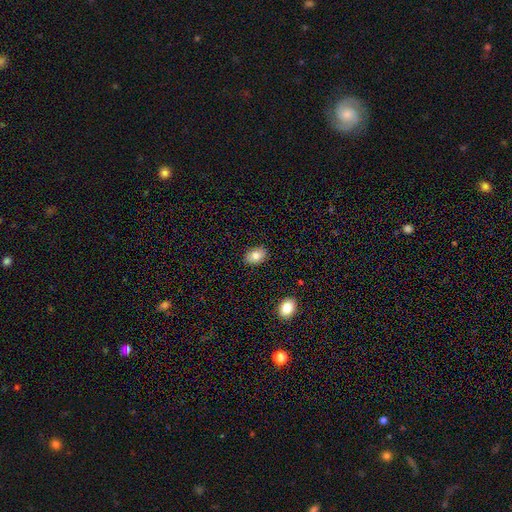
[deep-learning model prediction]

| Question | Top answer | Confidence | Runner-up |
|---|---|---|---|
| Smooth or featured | smooth | 80% | featured or disk (11%) |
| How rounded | in between | 82% | round (17%) |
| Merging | none | 87% | minor disturbance (9%) |